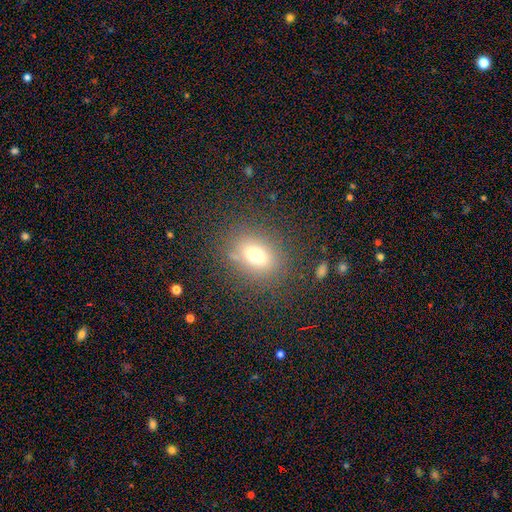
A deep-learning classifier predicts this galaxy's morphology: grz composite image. It shows a smooth galaxy with no disk features (69%) that is in between round and cigar-shaped (64%). Merging: none (81%).